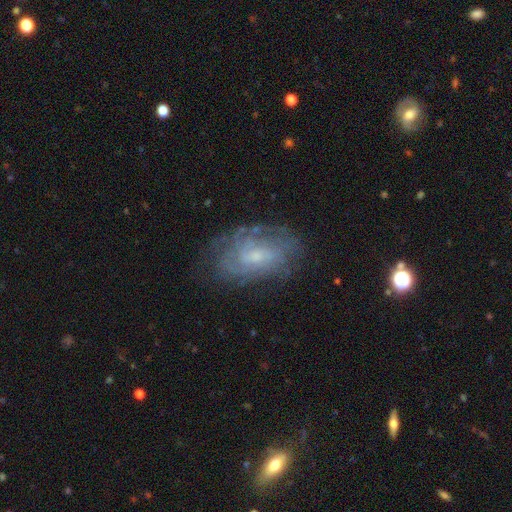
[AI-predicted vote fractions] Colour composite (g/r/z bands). It shows a featured or disk galaxy (68%) with no bar (60%), tight (55%) spiral arms (78%) and a small central bulge (57%). Merging: none (67%).